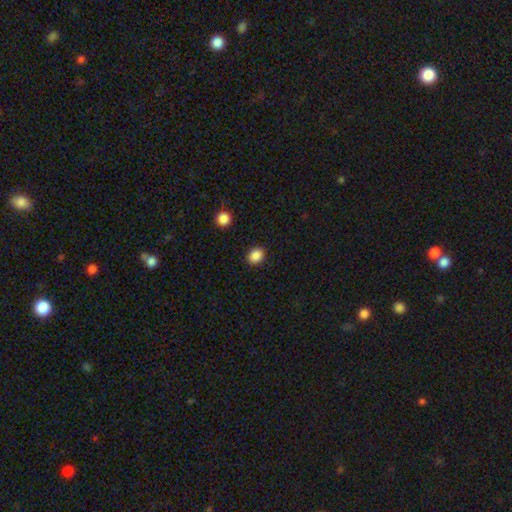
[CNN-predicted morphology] Q: Smooth or featured?
A: smooth (88%); runner-up: star or artifact (9%)
Q: How rounded?
A: round (53%); runner-up: in between (46%)
Q: Merging?
A: none (89%); runner-up: minor disturbance (7%)